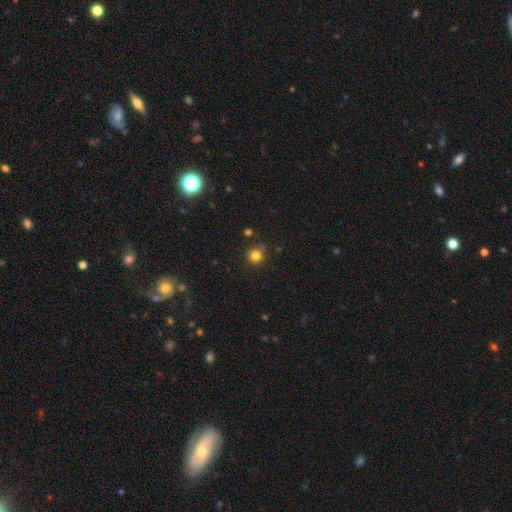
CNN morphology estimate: This is clearly a smooth galaxy (82%). How rounded: clearly round (92%). Merging: clearly none (83%).